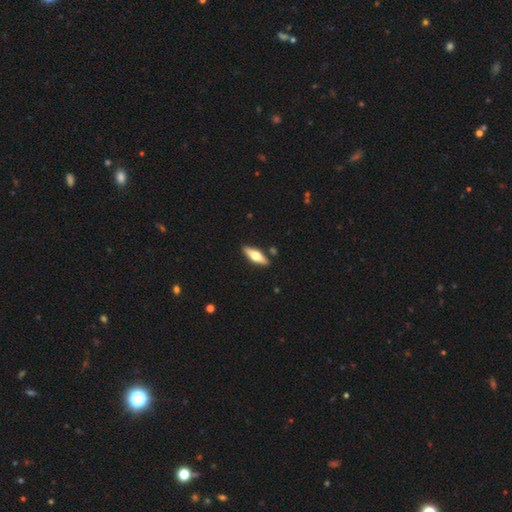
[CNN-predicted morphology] Overall: featured or disk (52%; smooth 43%). Edge-on disk: yes (92%). Merging: none (88%).